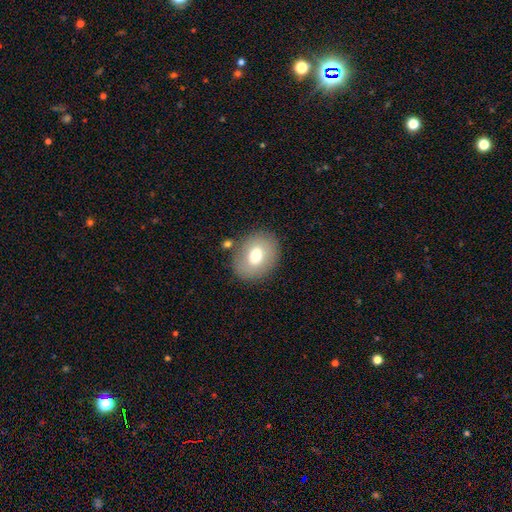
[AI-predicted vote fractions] smooth 70%, featured or disk 21%, star or artifact 9%. Down the decision tree: how rounded — in between (55%); merging — none (81%).